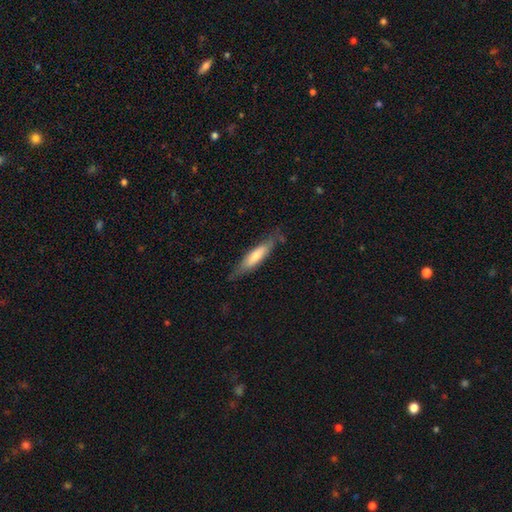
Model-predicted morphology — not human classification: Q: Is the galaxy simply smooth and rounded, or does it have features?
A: smooth — 58%.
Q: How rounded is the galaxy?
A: cigar-shaped — 73%.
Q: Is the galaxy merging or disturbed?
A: none — 73%.